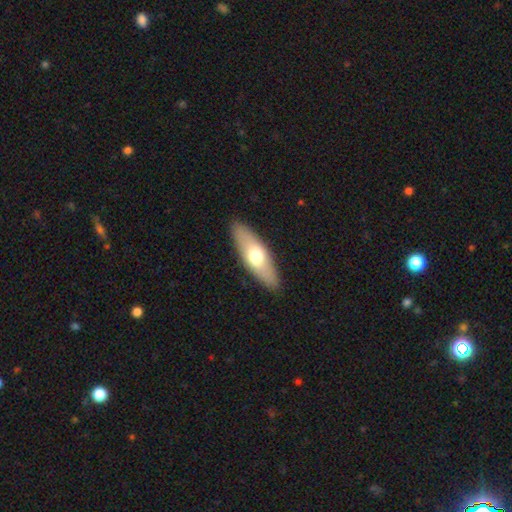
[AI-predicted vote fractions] Morphology: type=smooth (62%); roundness=in between (59%); merging=none (89%).